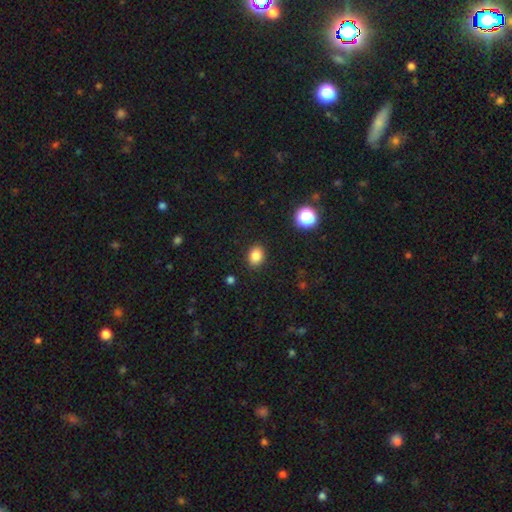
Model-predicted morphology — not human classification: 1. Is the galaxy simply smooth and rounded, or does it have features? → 84% smooth, 11% star or artifact, 4% featured or disk.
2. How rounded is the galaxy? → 58% in between, 41% round, 1% cigar-shaped.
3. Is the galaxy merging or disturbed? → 88% none, 8% minor disturbance, 2% major disturbance, 1% merger.